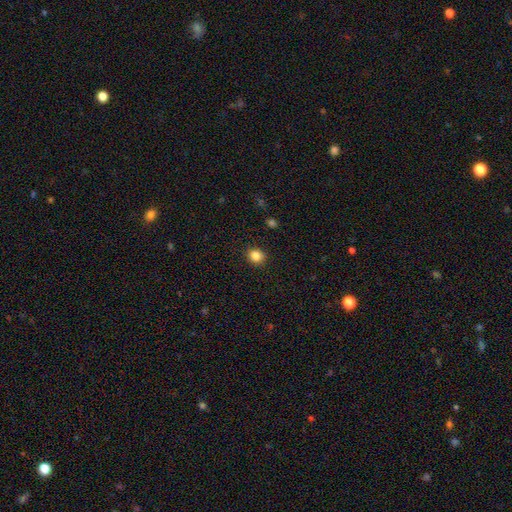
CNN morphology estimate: A smooth galaxy with no disk features (85%) that is round (72%).

Vote fractions:
- Smooth or featured? smooth: 85% / star or artifact: 11% / featured or disk: 4%
- How rounded? round: 72% / in between: 27% / cigar-shaped: 1%
- Merging? none: 90% / minor disturbance: 7% / major disturbance: 2% / merger: 1%